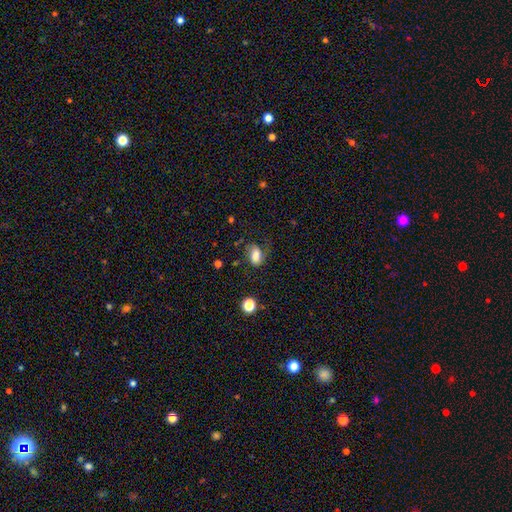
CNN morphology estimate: Overall: smooth (67%). How rounded: in between (86%). Merging: none (50%; minor disturbance 26%).